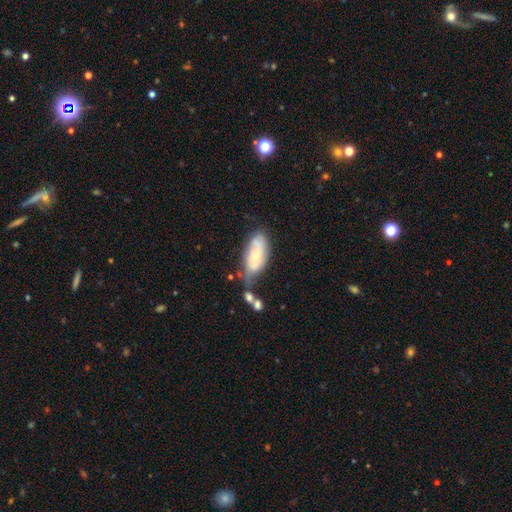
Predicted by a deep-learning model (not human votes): smooth-or-featured: featured or disk: 48% | smooth: 45% | star or artifact: 7%
  merging: none: 42% | minor disturbance: 30% | merger: 16% | major disturbance: 13%